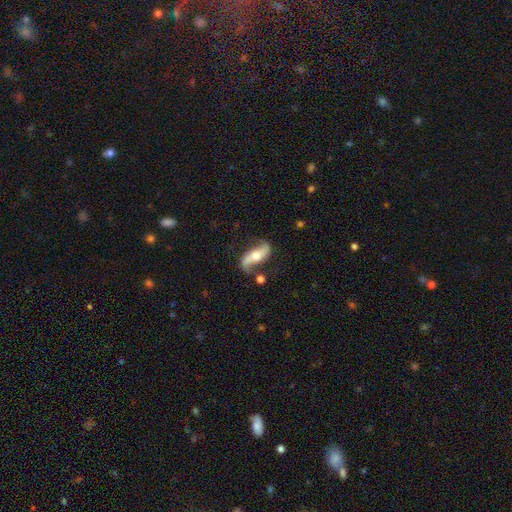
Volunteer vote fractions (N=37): A featured or disk galaxy (92%) with no bar (46%), 2 (96%) loose (89%) spiral arms (96%) and a moderate central bulge (50%). Merging: none (62%).